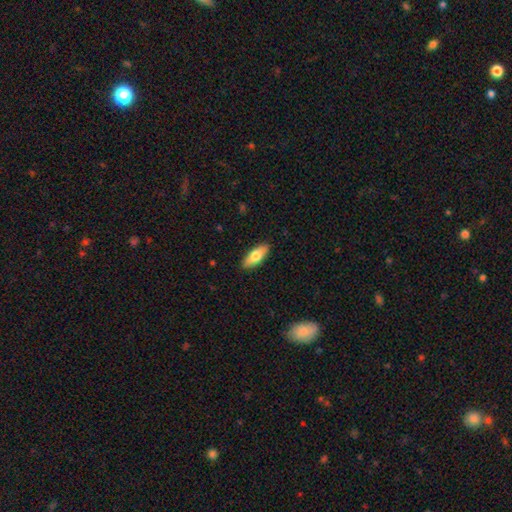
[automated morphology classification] A smooth galaxy with no disk features (72%) that is in between round and cigar-shaped (71%). Merging: none (90%).